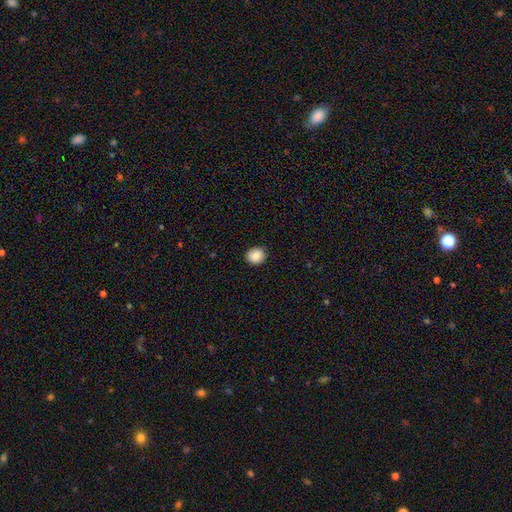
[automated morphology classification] smooth_or_featured: smooth (p=0.88) [alt: star or artifact p=0.08]
how_rounded: round (p=0.79) [alt: in between p=0.21]
merging: none (p=0.90) [alt: minor disturbance p=0.07]